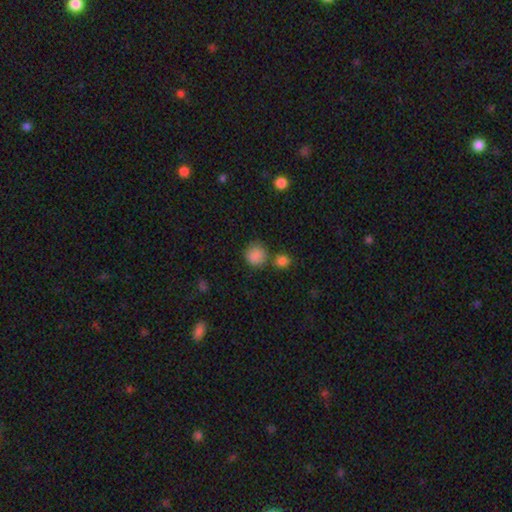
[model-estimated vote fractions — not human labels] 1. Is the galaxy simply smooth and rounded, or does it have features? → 86% smooth, 10% star or artifact, 4% featured or disk.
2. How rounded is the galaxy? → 88% round, 11% in between, 1% cigar-shaped.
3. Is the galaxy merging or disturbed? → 70% none, 14% merger, 12% minor disturbance, 4% major disturbance.